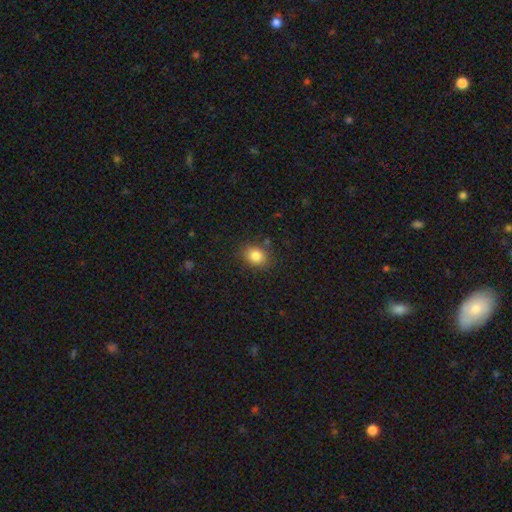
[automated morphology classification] Smooth or featured: smooth — 83% (star or artifact — 11%)
How rounded: round — 58% (in between — 41%)
Merging: none — 82% (minor disturbance — 12%)